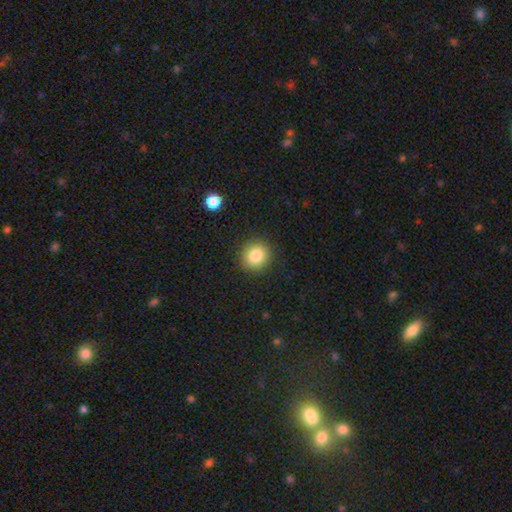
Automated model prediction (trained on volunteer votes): Smooth or featured?
  - smooth: 84% *
  - star or artifact: 10%
  - featured or disk: 6%
How rounded?
  - round: 85% *
  - in between: 14%
  - cigar-shaped: 1%
Merging?
  - none: 90% *
  - minor disturbance: 7%
  - major disturbance: 2%
  - merger: 1%